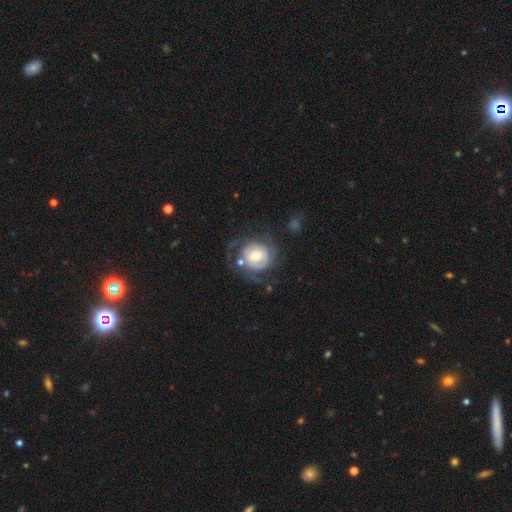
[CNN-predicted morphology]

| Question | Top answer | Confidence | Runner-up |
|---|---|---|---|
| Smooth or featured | featured or disk | 67% | smooth (26%) |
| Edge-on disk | no | 97% | yes (3%) |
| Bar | no | 60% | weak (32%) |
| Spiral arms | yes | 78% | no (22%) |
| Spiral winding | tight | 54% | medium (30%) |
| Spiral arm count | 2 | 39% | can't tell (36%) |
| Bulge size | moderate | 48% | small (40%) |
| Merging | none | 52% | major disturbance (23%) |